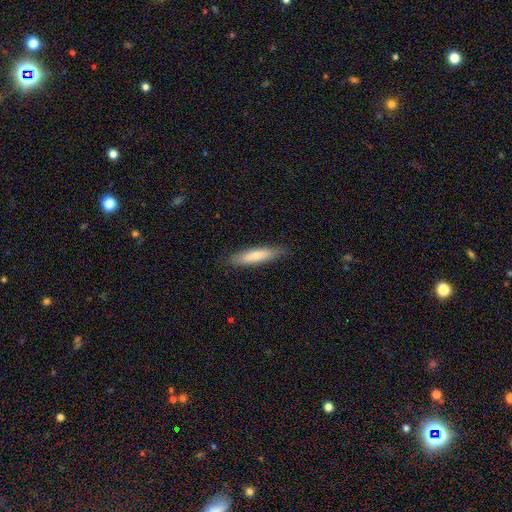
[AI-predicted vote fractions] This is likely a smooth galaxy (73%). How rounded: clearly cigar-shaped (82%). Merging: clearly none (87%).